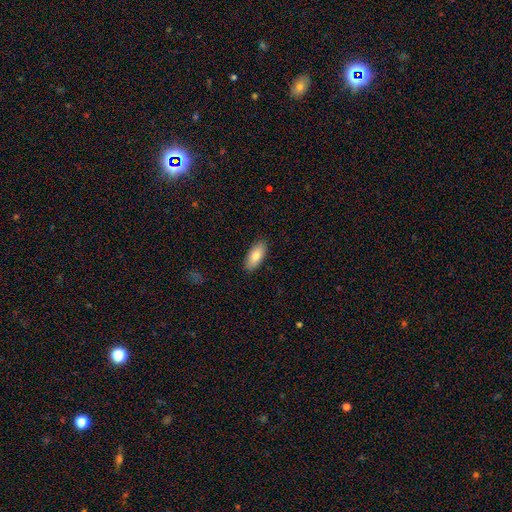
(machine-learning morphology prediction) smooth 81%, featured or disk 13%, star or artifact 6%. Down the decision tree: how rounded — in between (88%); merging — none (89%).